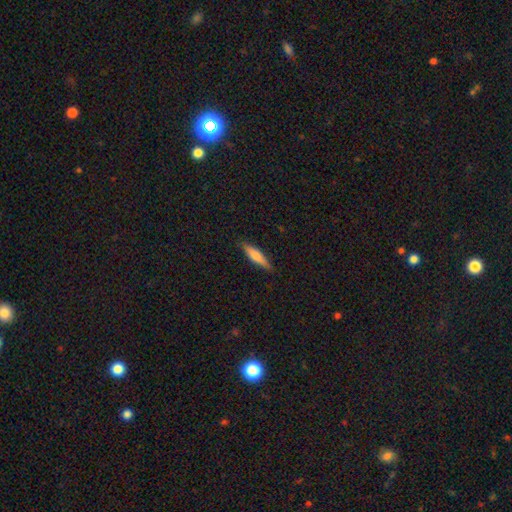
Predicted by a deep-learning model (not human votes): This is likely a smooth galaxy (66%). How rounded: likely cigar-shaped (77%). Merging: clearly none (87%).